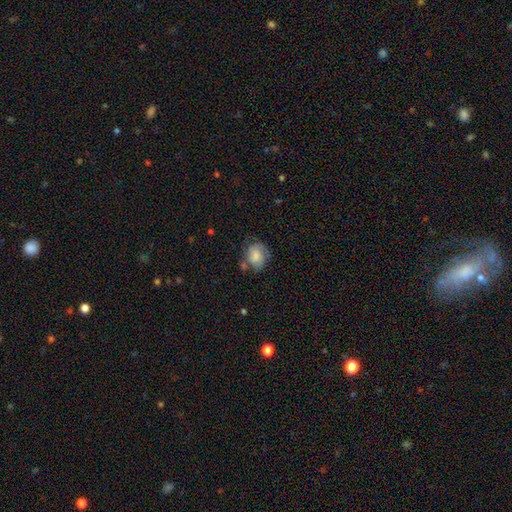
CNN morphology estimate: smooth-or-featured: featured or disk: 47% | smooth: 45% | star or artifact: 8%
  merging: none: 53% | minor disturbance: 26% | major disturbance: 14% | merger: 8%